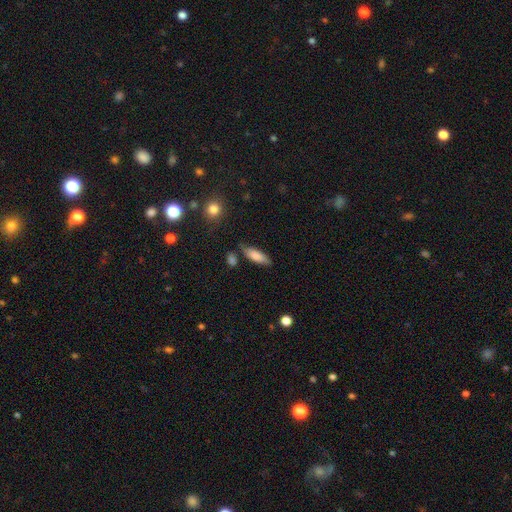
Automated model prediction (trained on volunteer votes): A smooth galaxy with no disk features (80%) that is in between round and cigar-shaped (59%).

Vote fractions:
- Smooth or featured? smooth: 80% / featured or disk: 14% / star or artifact: 7%
- How rounded? in between: 59% / cigar-shaped: 39% / round: 2%
- Merging? none: 72% / minor disturbance: 18% / merger: 6% / major disturbance: 4%